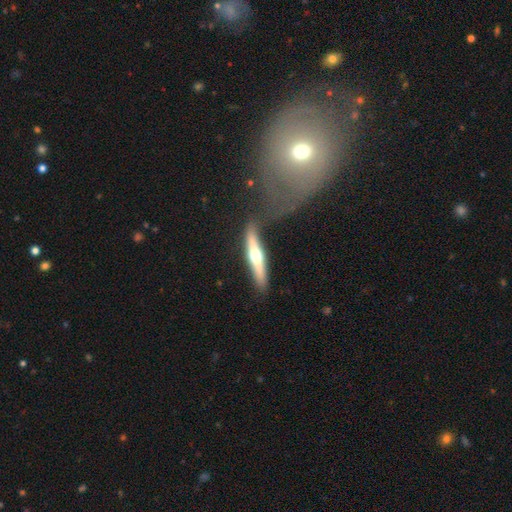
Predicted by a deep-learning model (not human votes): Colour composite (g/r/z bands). It shows a featured or disk galaxy (58%) viewed edge-on (93%) with a rounded central bulge (92%). Merging: none (77%).